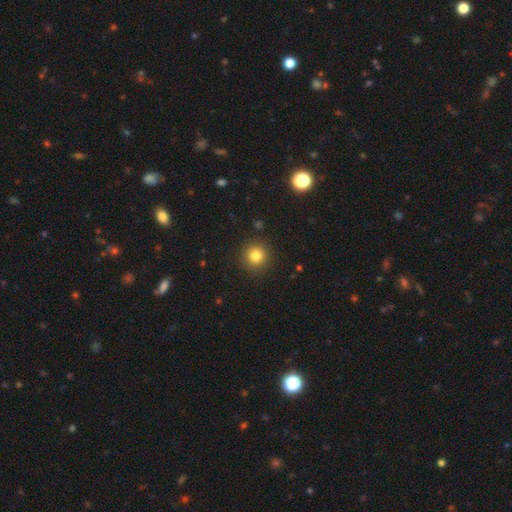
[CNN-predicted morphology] smooth-or-featured: smooth: 81% | star or artifact: 13% | featured or disk: 6%
  how-rounded: round: 94% | in between: 5% | cigar-shaped: 1%
  merging: none: 91% | minor disturbance: 6% | major disturbance: 2% | merger: 1%